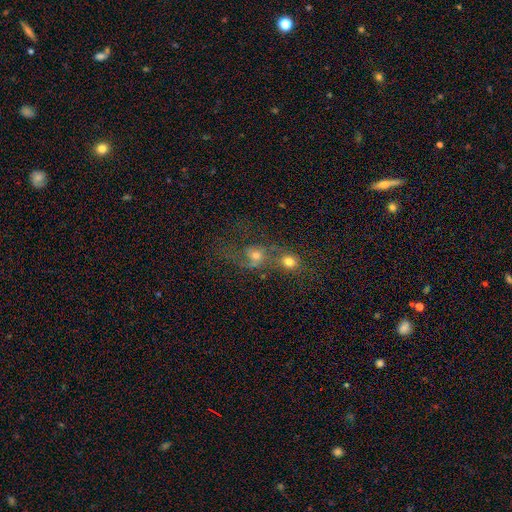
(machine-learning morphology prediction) type=smooth (49%); merging=merger (59%).